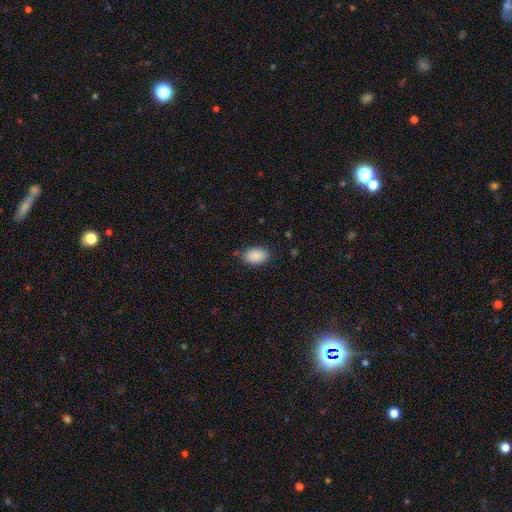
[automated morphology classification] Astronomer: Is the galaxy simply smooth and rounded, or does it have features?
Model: smooth — 90%.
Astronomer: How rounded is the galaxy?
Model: in between — 89%.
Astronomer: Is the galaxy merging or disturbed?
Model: none — 83%.